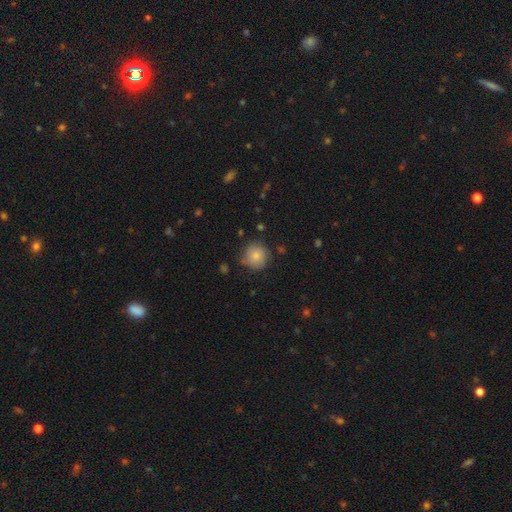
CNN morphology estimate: Q: Smooth or featured?
A: smooth (82%); runner-up: featured or disk (10%)
Q: How rounded?
A: round (92%); runner-up: in between (7%)
Q: Merging?
A: none (77%); runner-up: minor disturbance (17%)